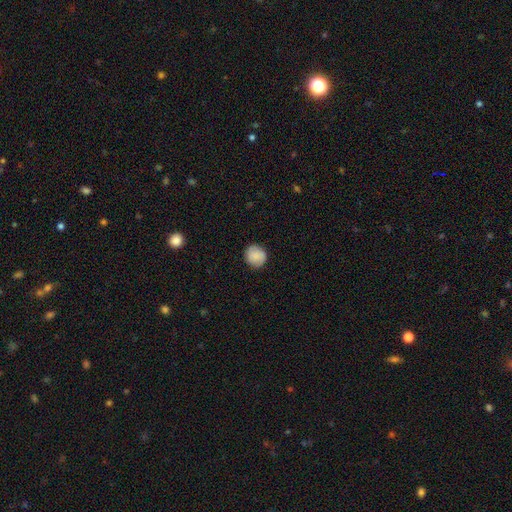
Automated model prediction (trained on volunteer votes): This is clearly a smooth galaxy (85%). How rounded: clearly round (87%). Merging: clearly none (87%).